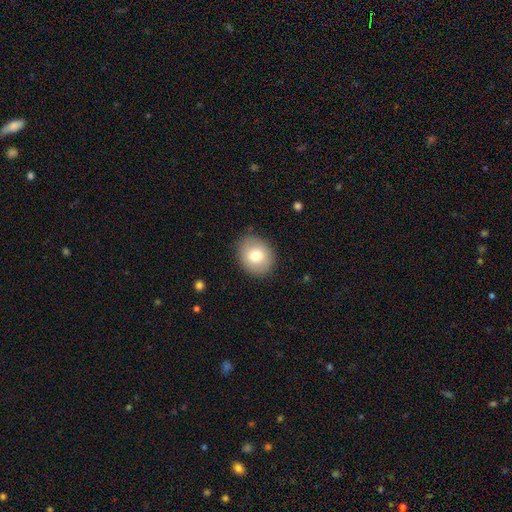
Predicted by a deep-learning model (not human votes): smooth-or-featured: smooth: 78% | featured or disk: 14% | star or artifact: 8%
  how-rounded: round: 68% | in between: 31% | cigar-shaped: 1%
  merging: none: 86% | minor disturbance: 10% | major disturbance: 3% | merger: 1%